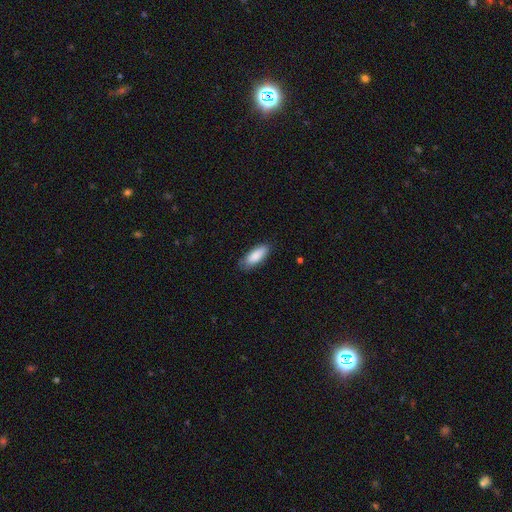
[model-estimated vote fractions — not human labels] The model was most divided on "how rounded": in between: 74%, cigar-shaped: 24%, round: 2%. More confident: smooth or featured — smooth (87%); merging — none (79%).